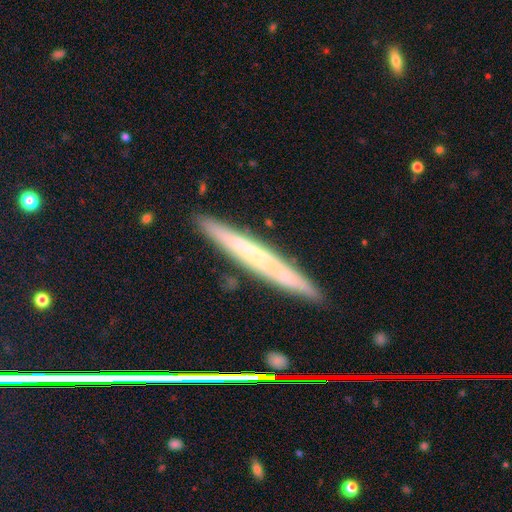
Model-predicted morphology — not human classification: Smooth or featured?
  - smooth: 45% * (tied)
  - featured or disk: 45% * (tied)
  - star or artifact: 10%
Merging?
  - none: 87% *
  - minor disturbance: 10%
  - major disturbance: 2%
  - merger: 2%